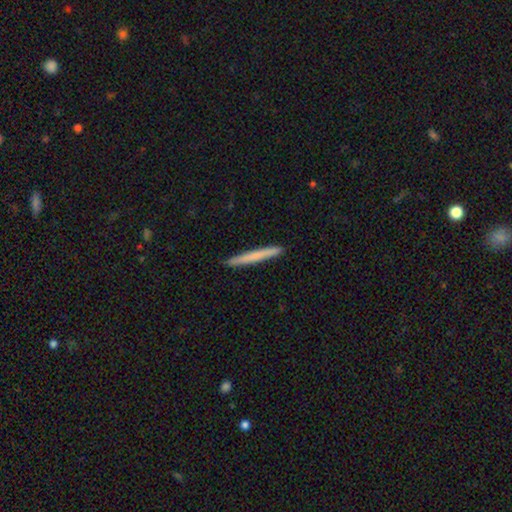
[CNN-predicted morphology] This appears to be a smooth galaxy with no disk features (69%) that is cigar-shaped (97%). Merging: none (92%).